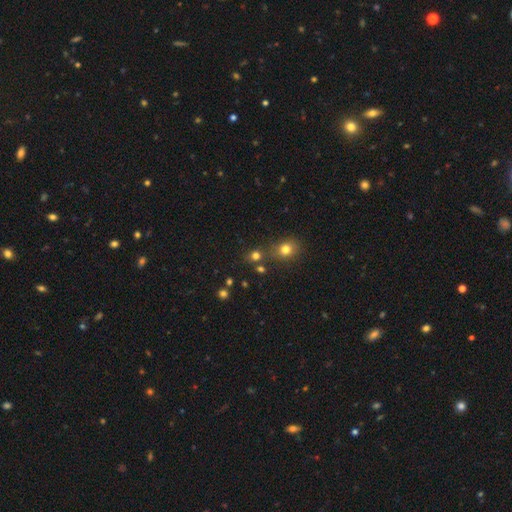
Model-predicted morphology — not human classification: Q: Smooth or featured?
A: smooth (71%); runner-up: star or artifact (21%)
Q: How rounded?
A: round (79%); runner-up: in between (20%)
Q: Merging?
A: none (65%); runner-up: merger (22%)